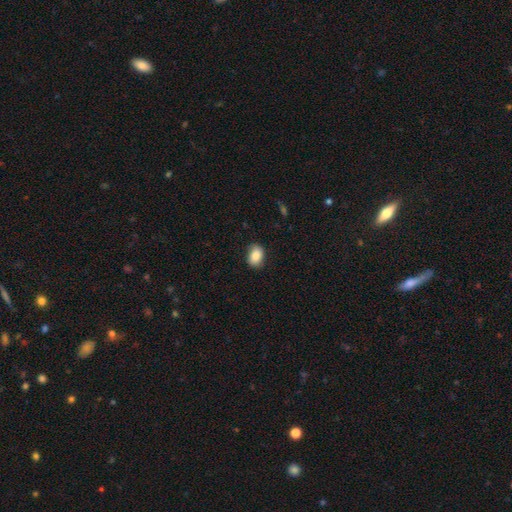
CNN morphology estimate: Smooth or featured: smooth — 85% (star or artifact — 8%)
How rounded: in between — 79% (round — 20%)
Merging: none — 83% (minor disturbance — 13%)